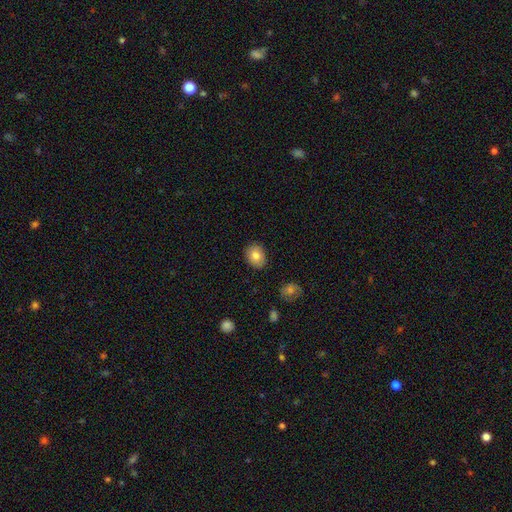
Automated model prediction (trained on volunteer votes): The model was most divided on "how rounded": round: 52%, in between: 47%, cigar-shaped: 1%. More confident: merging — none (87%); smooth or featured — smooth (80%).